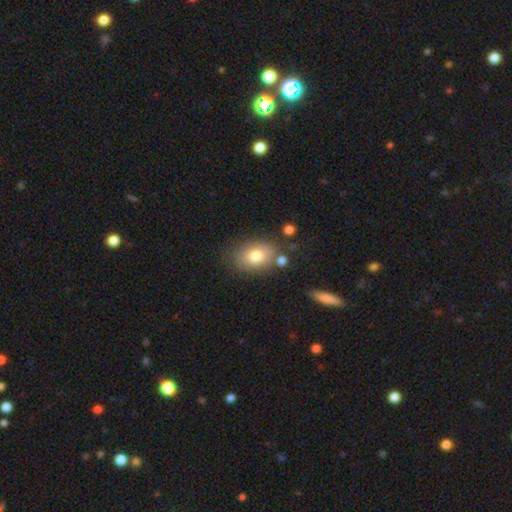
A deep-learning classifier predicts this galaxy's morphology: Overall: smooth (79%). How rounded: in between (79%). Merging: none (73%).